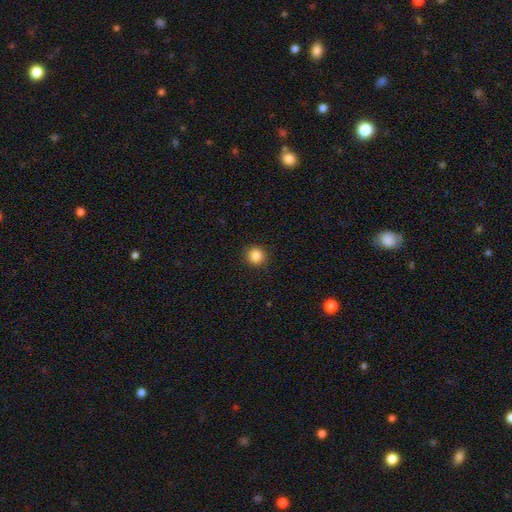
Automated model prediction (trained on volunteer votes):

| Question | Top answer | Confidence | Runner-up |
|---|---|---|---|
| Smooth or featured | smooth | 86% | star or artifact (10%) |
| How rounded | round | 93% | in between (7%) |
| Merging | none | 91% | minor disturbance (6%) |